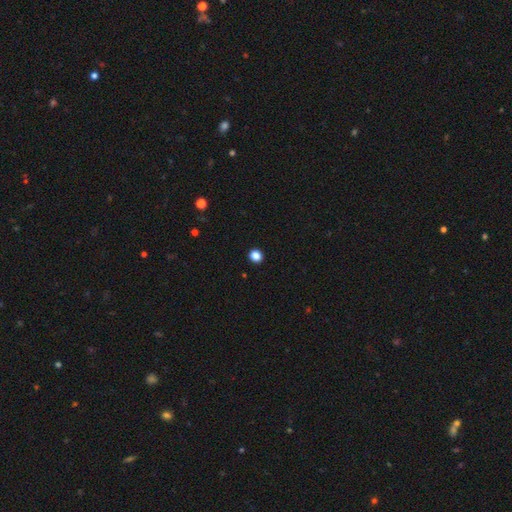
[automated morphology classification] smooth 86%, star or artifact 11%, featured or disk 3%. Down the decision tree: how rounded — round (82%); merging — none (93%).